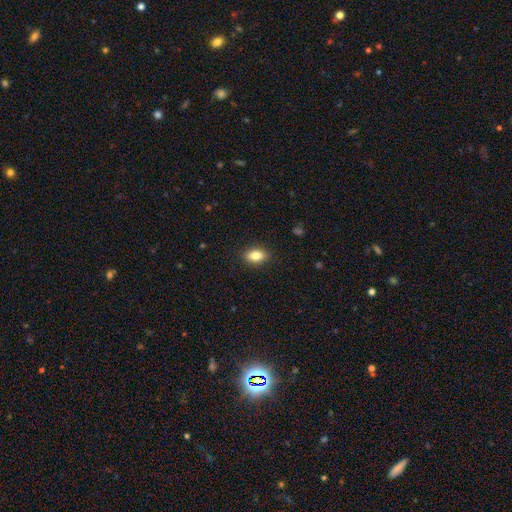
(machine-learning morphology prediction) Smooth or featured: smooth — 83% (featured or disk — 9%)
How rounded: in between — 85% (round — 11%)
Merging: none — 88% (minor disturbance — 9%)